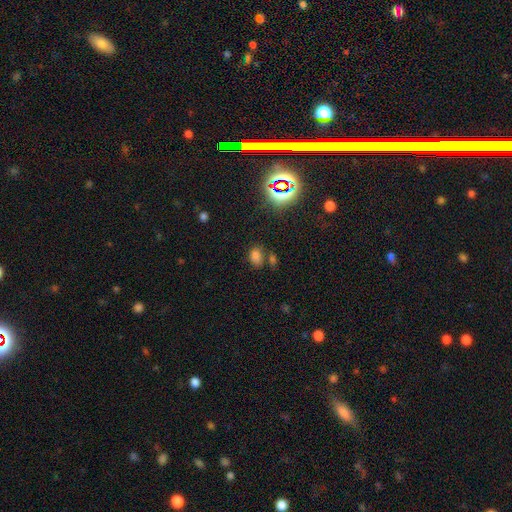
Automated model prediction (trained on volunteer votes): Smooth or featured? smooth (69%)
How rounded? in between (78%)
Merging? none (64%)